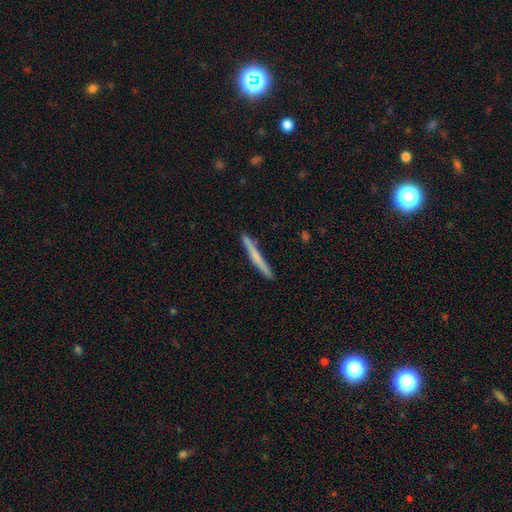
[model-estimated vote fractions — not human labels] The model was most divided on "smooth or featured": smooth: 60%, featured or disk: 35%, star or artifact: 6%. More confident: how rounded — cigar-shaped (97%); merging — none (88%).